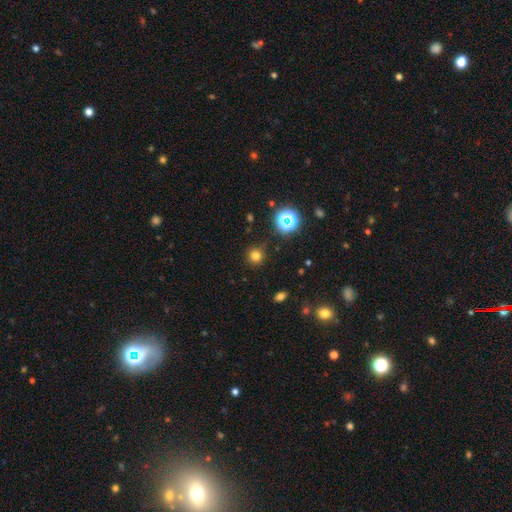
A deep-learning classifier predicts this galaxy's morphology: smooth-or-featured: smooth: 74% | star or artifact: 21% | featured or disk: 6%
  how-rounded: round: 94% | in between: 5% | cigar-shaped: 1%
  merging: none: 89% | minor disturbance: 7% | major disturbance: 3% | merger: 2%